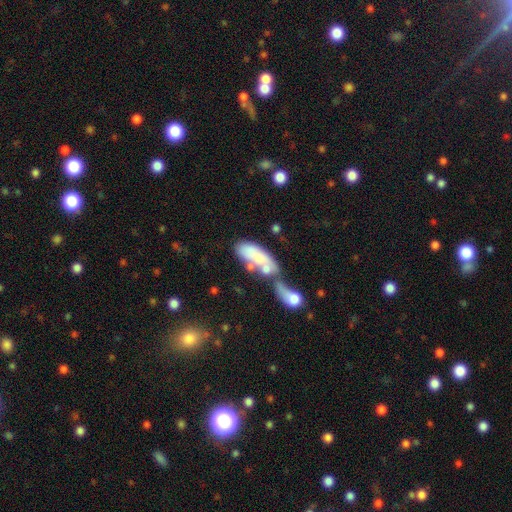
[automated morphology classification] Q: Smooth or featured?
A: smooth (66%); runner-up: featured or disk (26%)
Q: How rounded?
A: in between (79%); runner-up: cigar-shaped (18%)
Q: Merging?
A: merger (57%); runner-up: none (17%)